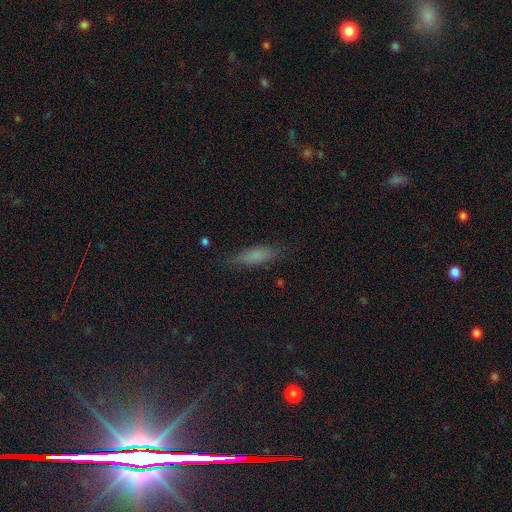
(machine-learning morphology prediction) Smooth or featured? Predicted: smooth (p=0.76). How rounded? Predicted: cigar-shaped (p=0.52). Merging? Predicted: none (p=0.79).